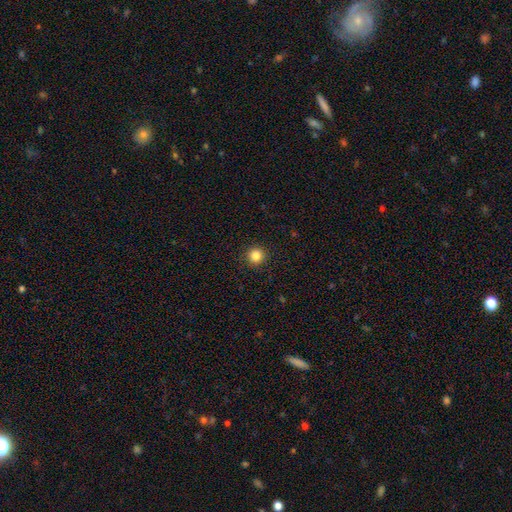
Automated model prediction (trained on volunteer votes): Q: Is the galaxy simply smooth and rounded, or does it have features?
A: smooth — 85%.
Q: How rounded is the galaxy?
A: round — 95%.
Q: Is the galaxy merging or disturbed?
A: none — 92%.